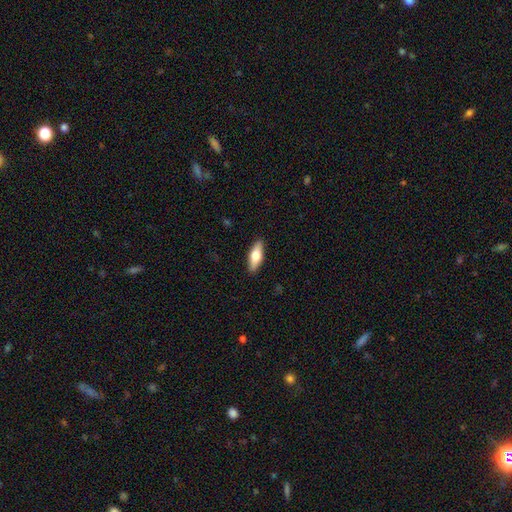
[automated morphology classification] A smooth galaxy with no disk features (61%) that is in between round and cigar-shaped (63%). Merging: none (89%).